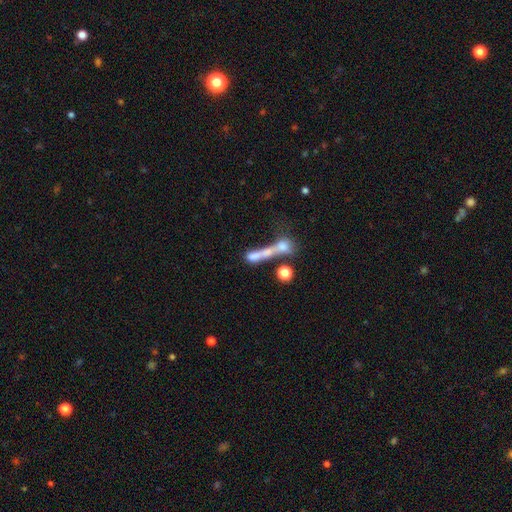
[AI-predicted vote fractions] Morphology: type=smooth (54%); roundness=cigar-shaped (54%); merging=merger (51%).